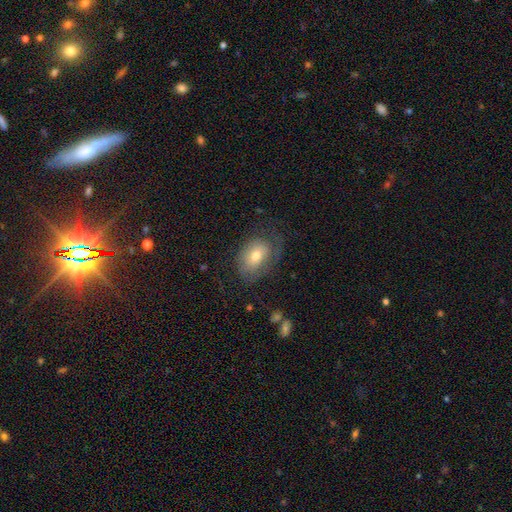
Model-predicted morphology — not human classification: This appears to be a smooth galaxy with no disk features (58%) that is in between round and cigar-shaped (79%). Merging: none (52%).